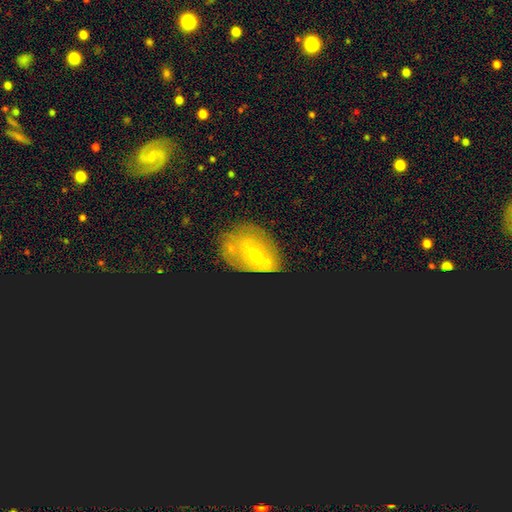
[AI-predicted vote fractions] Smooth or featured: featured or disk — 41% (star or artifact — 39%)
Merging: none — 68% (minor disturbance — 19%)